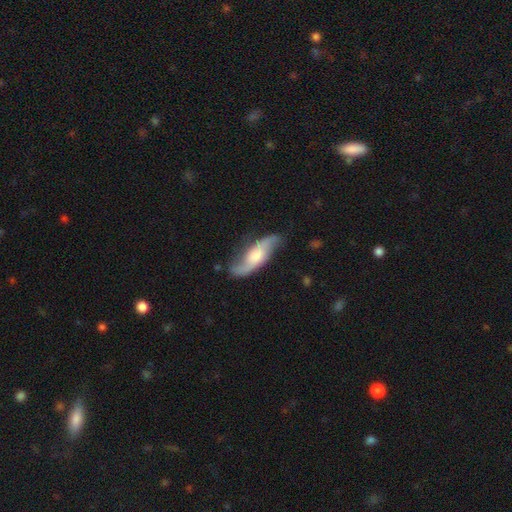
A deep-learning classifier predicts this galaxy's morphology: Smooth or featured? featured or disk (73%)
Edge-on disk? no (82%)
Bar? no (59%)
Spiral arms? yes (94%)
Spiral winding? loose (69%)
Spiral arm count? 2 (90%)
Bulge size? moderate (46%)
Merging? none (71%)